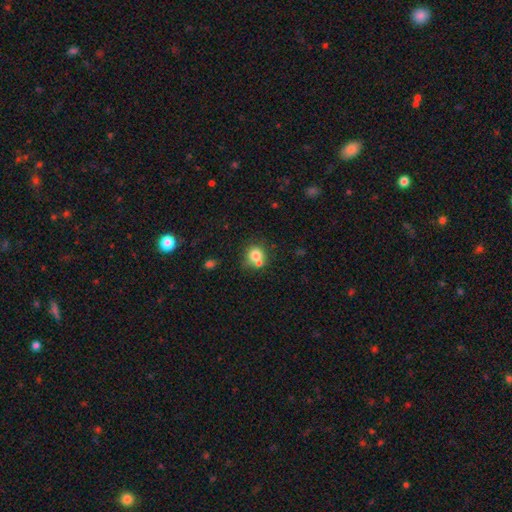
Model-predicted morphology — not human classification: This appears to be a smooth galaxy with no disk features (76%) that is round (84%). Merging: none (49%).